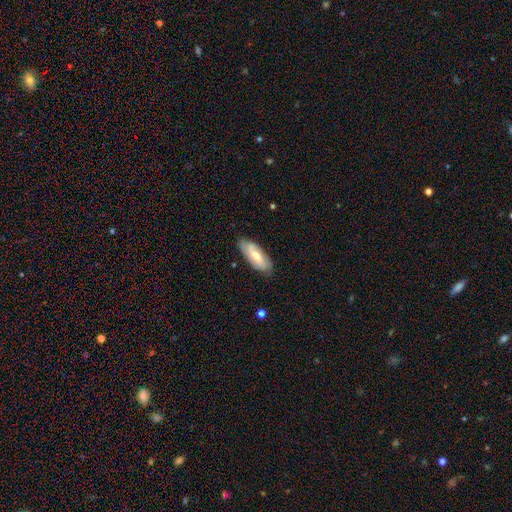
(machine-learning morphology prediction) smooth_or_featured: smooth (p=0.56) [alt: featured or disk p=0.38]
how_rounded: in between (p=0.78) [alt: cigar-shaped p=0.20]
merging: none (p=0.78) [alt: minor disturbance p=0.17]